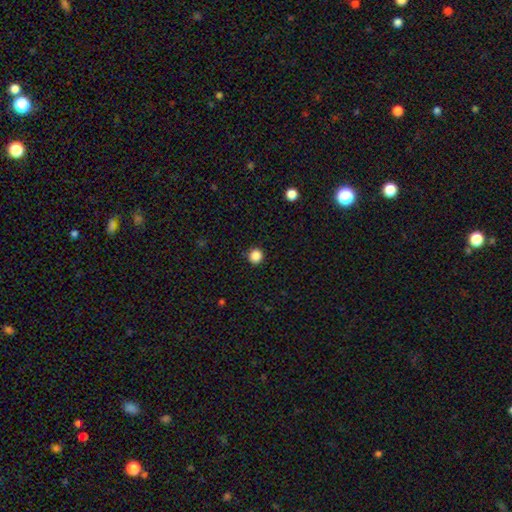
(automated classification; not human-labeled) Q: Smooth or featured?
A: smooth (87%); runner-up: star or artifact (11%)
Q: How rounded?
A: round (93%); runner-up: in between (6%)
Q: Merging?
A: none (92%); runner-up: minor disturbance (5%)